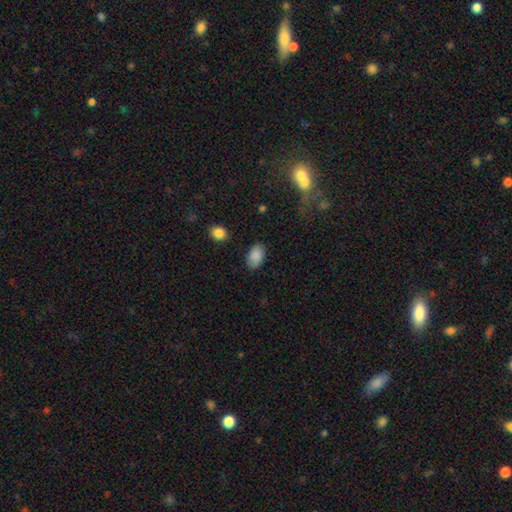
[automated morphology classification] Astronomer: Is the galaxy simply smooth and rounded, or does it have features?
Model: smooth — 88%.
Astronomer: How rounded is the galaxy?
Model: in between — 90%.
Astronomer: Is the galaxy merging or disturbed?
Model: none — 82%.